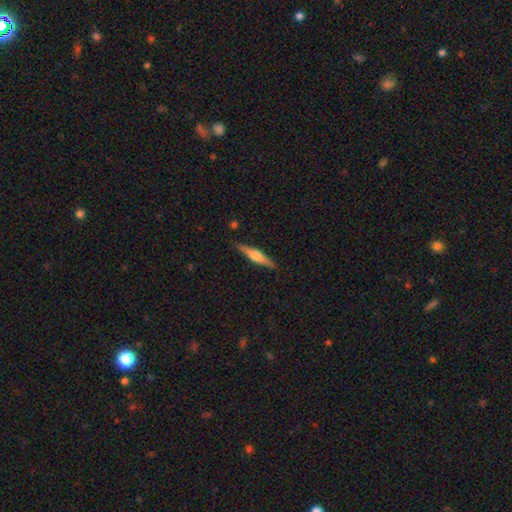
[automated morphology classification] type=featured or disk (62%); edge-on=yes (97%); edge-on bulge=rounded (81%); merging=none (88%).